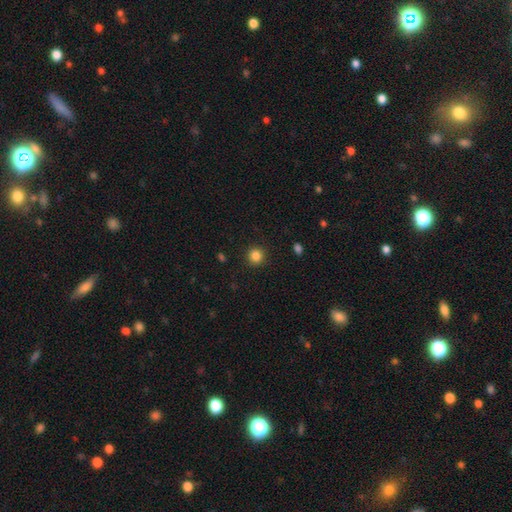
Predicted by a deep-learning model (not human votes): The model was most divided on "smooth or featured": smooth: 85%, star or artifact: 11%, featured or disk: 4%. More confident: how rounded — round (93%); merging — none (91%).